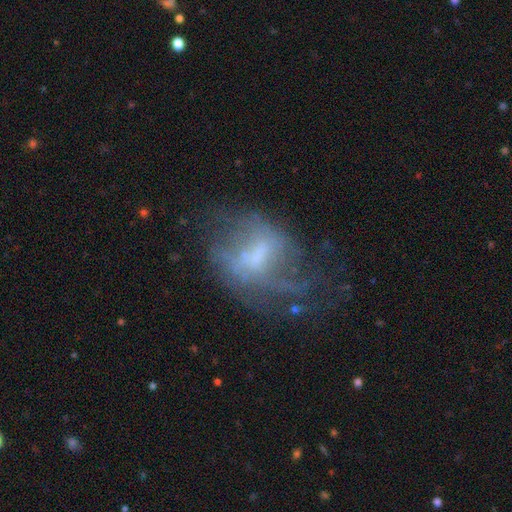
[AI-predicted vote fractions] A featured or disk galaxy (62%) with no bar (47%), no spiral arms (50%, tied with yes) and a moderate central bulge (32%).

Vote fractions:
- Smooth or featured? featured or disk: 62% / smooth: 25% / star or artifact: 13%
- Edge-on disk? no: 96% / yes: 4%
- Bar? no: 47% / weak: 40% / strong: 13%
- Spiral arms? no: 50% (tied) / yes: 50% (tied)
- Bulge size? moderate: 32% / none: 30% / small: 28% / large: 8% / dominant: 2%
- Merging? none: 39% / major disturbance: 35% / minor disturbance: 21% / merger: 4%